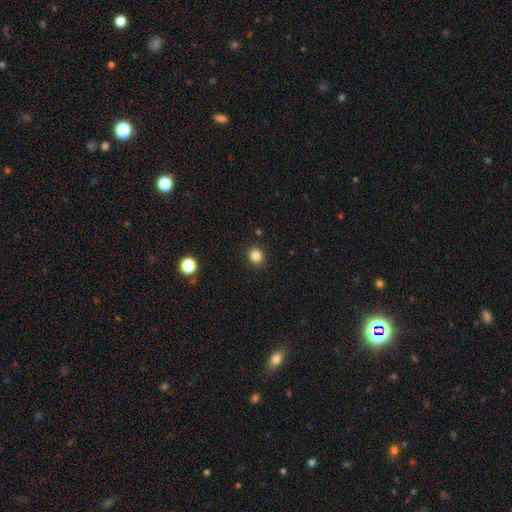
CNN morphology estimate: A smooth galaxy with no disk features (83%) that is round (53%). Merging: none (89%).